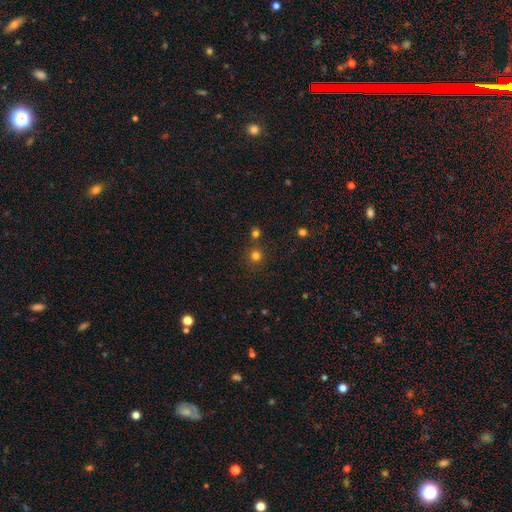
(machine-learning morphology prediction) smooth-or-featured: smooth: 75% | star or artifact: 20% | featured or disk: 6%
  how-rounded: round: 92% | in between: 7% | cigar-shaped: 1%
  merging: none: 78% | merger: 12% | minor disturbance: 8% | major disturbance: 3%